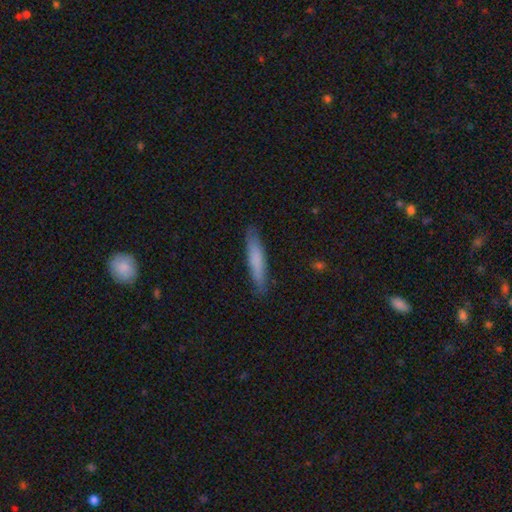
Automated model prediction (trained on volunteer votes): A smooth galaxy with no disk features (74%) that is cigar-shaped (91%). Merging: none (88%).